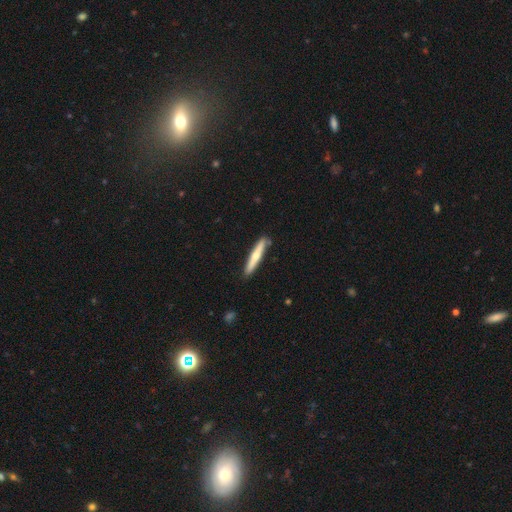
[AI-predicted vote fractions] A smooth galaxy with no disk features (51%) that is cigar-shaped (94%). Merging: none (87%).